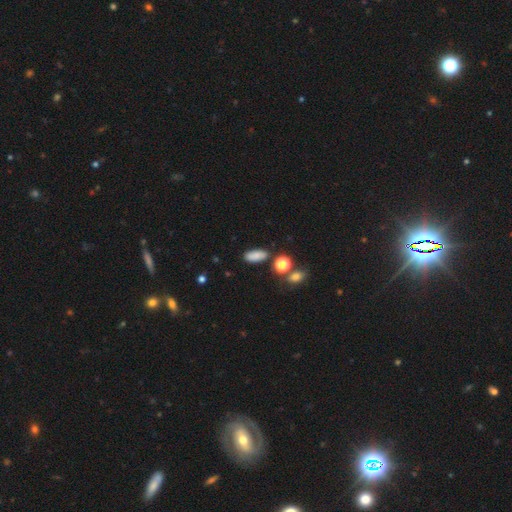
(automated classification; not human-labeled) smooth-or-featured: smooth: 84% | star or artifact: 11% | featured or disk: 6%
  how-rounded: in between: 81% | cigar-shaped: 13% | round: 6%
  merging: none: 80% | minor disturbance: 11% | merger: 5% | major disturbance: 3%